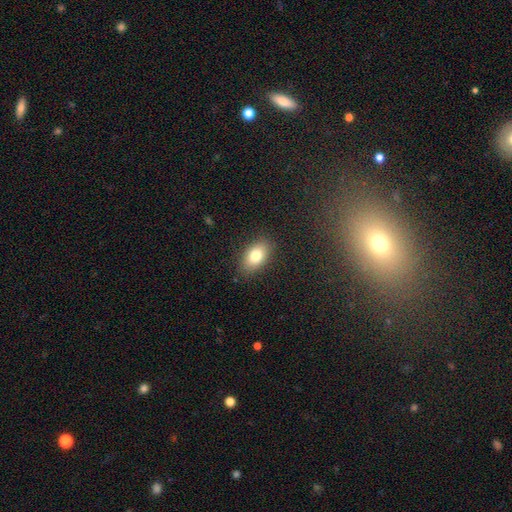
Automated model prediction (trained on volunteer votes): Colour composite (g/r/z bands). It shows a smooth galaxy with no disk features (80%) that is in between round and cigar-shaped (90%). Merging: none (86%).